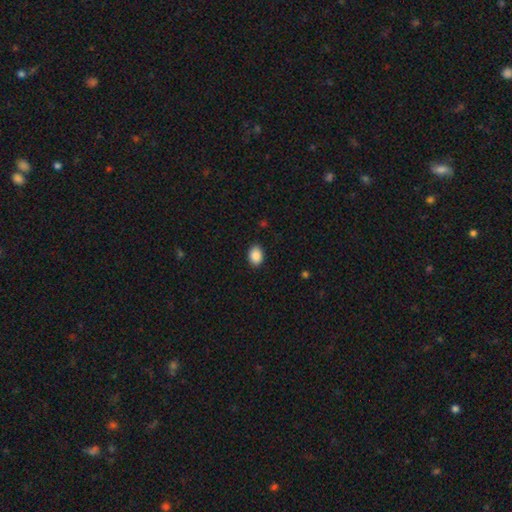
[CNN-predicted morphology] smooth-or-featured: smooth: 90% | star or artifact: 8% | featured or disk: 3%
  how-rounded: in between: 73% | round: 26% | cigar-shaped: 1%
  merging: none: 89% | minor disturbance: 8% | major disturbance: 2% | merger: 1%